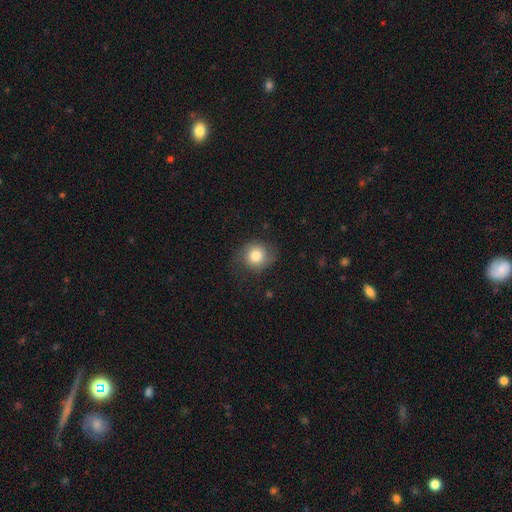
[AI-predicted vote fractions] smooth_or_featured: smooth (p=0.74) [alt: featured or disk p=0.17]
how_rounded: round (p=0.80) [alt: in between p=0.19]
merging: none (p=0.67) [alt: minor disturbance p=0.22]